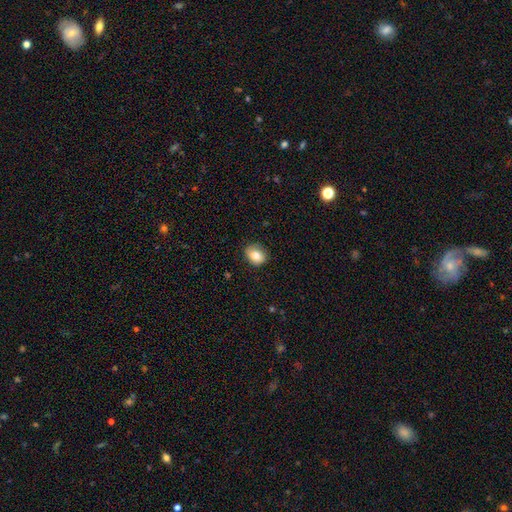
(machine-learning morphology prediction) The model was most divided on "how rounded": round: 52%, in between: 47%, cigar-shaped: 1%. More confident: merging — none (82%); smooth or featured — smooth (81%).